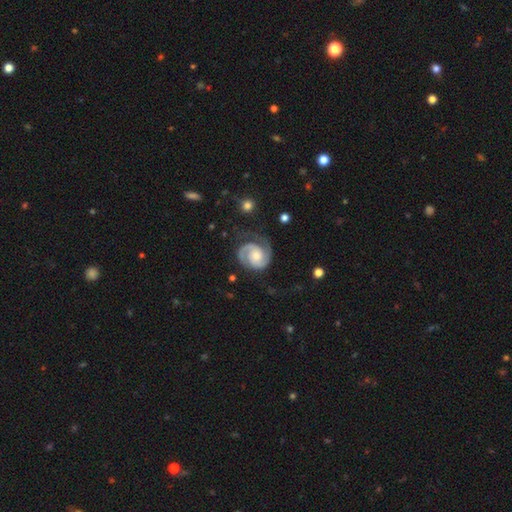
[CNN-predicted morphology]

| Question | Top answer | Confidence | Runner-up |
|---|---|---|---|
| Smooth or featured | featured or disk | 90% | smooth (6%) |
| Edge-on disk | no | 98% | yes (2%) |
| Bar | no | 67% | weak (26%) |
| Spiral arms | yes | 98% | no (2%) |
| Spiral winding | tight | 53% | medium (40%) |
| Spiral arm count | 2 | 90% | 1 (4%) |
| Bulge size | moderate | 48% | small (39%) |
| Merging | none | 74% | minor disturbance (17%) |